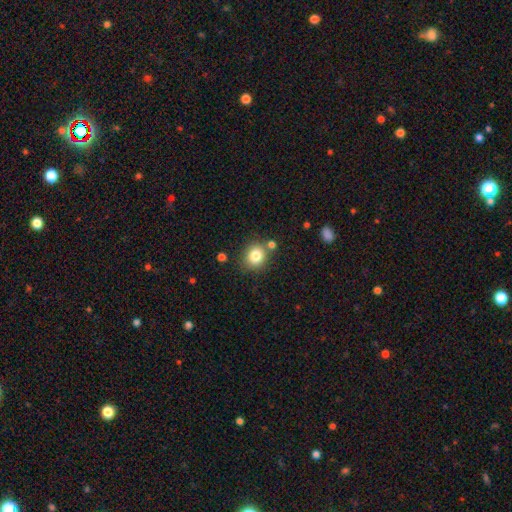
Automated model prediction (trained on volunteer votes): Smooth or featured?
  - smooth: 81% *
  - star or artifact: 11%
  - featured or disk: 8%
How rounded?
  - round: 73% *
  - in between: 26%
  - cigar-shaped: 1%
Merging?
  - none: 75% *
  - minor disturbance: 11%
  - merger: 10%
  - major disturbance: 3%